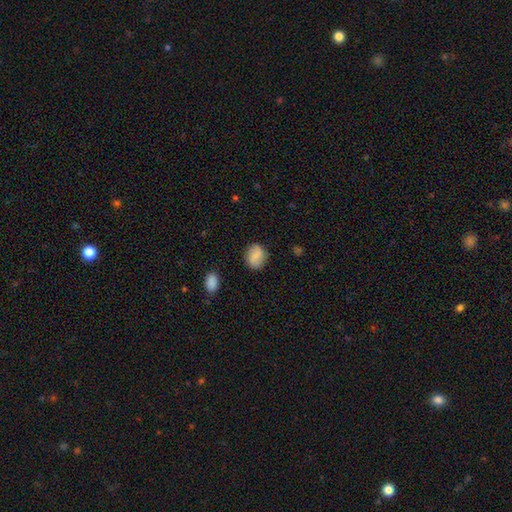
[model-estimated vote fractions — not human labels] Smooth or featured? smooth (76%)
How rounded? in between (53%)
Merging? none (82%)